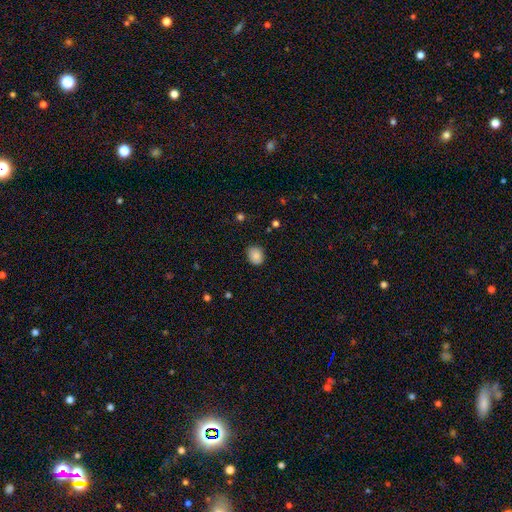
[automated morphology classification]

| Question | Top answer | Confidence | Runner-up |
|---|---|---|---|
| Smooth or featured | smooth | 85% | star or artifact (8%) |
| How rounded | round | 55% | in between (44%) |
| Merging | none | 84% | minor disturbance (12%) |